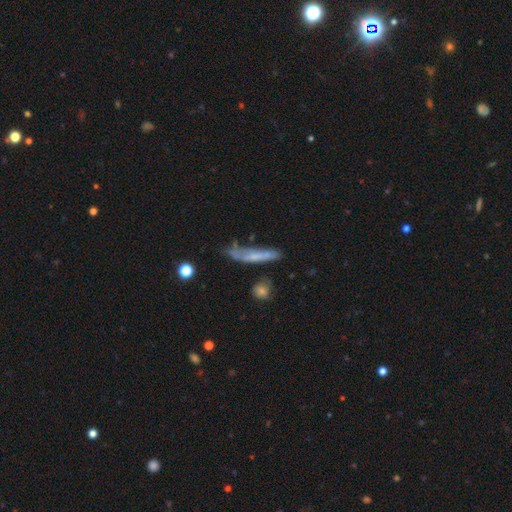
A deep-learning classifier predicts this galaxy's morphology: smooth-or-featured: smooth: 49% | featured or disk: 41% | star or artifact: 10%
  merging: none: 49% | minor disturbance: 27% | major disturbance: 15% | merger: 8%